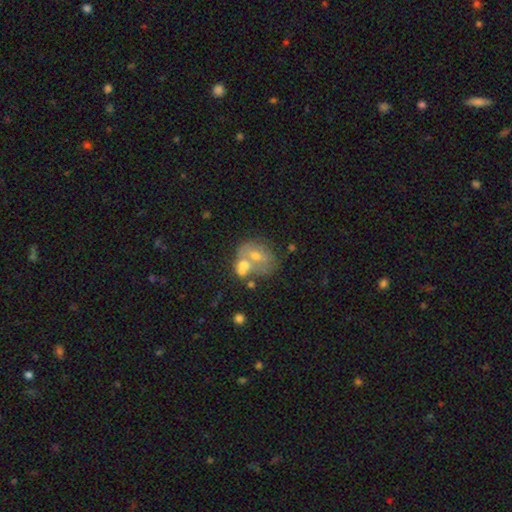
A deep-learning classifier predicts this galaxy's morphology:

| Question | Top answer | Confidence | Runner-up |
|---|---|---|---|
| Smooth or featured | smooth | 49% | featured or disk (41%) |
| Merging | merger | 57% | none (22%) |